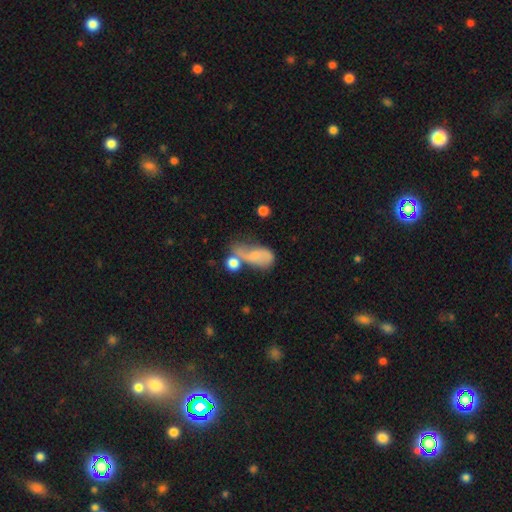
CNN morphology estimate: type=smooth (52%); roundness=in between (80%); merging=merger (29%).